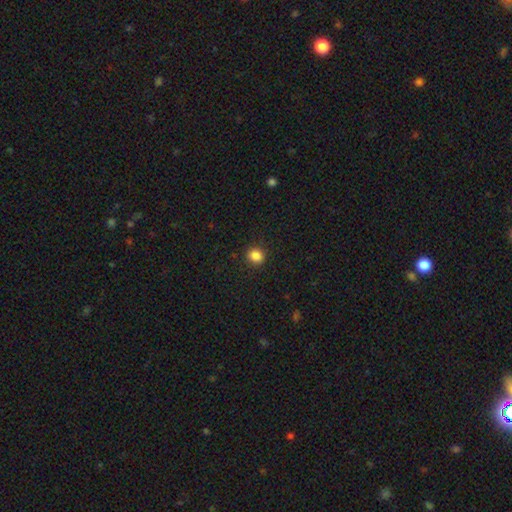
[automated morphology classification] Smooth or featured? Predicted: smooth (p=0.86). How rounded? Predicted: round (p=0.77). Merging? Predicted: none (p=0.90).